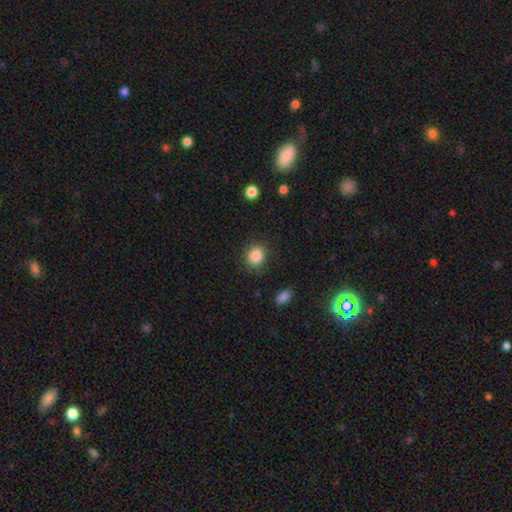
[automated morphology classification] Smooth or featured?
  - smooth: 86% *
  - star or artifact: 9%
  - featured or disk: 4%
How rounded?
  - round: 75% *
  - in between: 24%
  - cigar-shaped: 1%
Merging?
  - none: 85% *
  - minor disturbance: 10%
  - major disturbance: 3%
  - merger: 1%